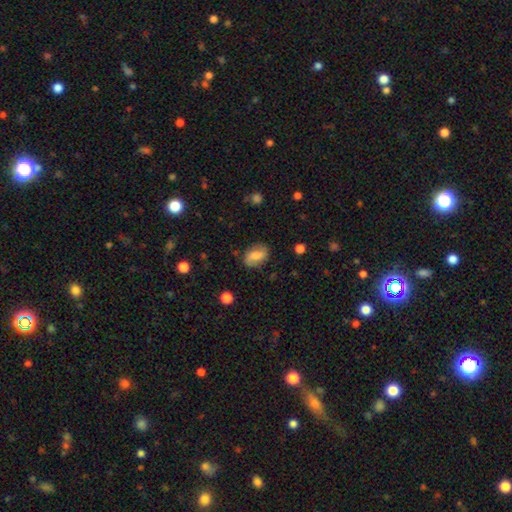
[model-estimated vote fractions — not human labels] Morphology: type=smooth (55%); roundness=in between (79%); merging=none (74%).